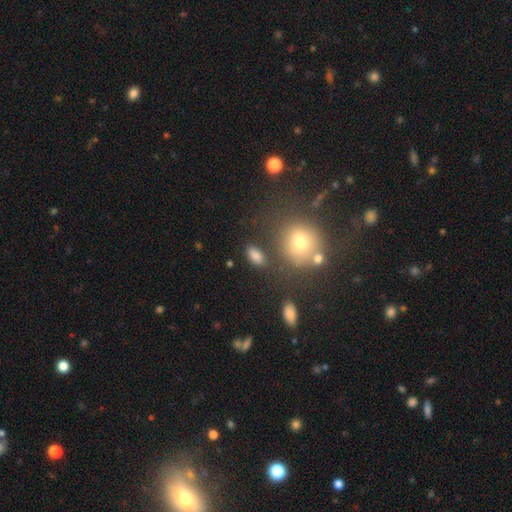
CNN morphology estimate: This appears to be a smooth galaxy with no disk features (81%) that is in between round and cigar-shaped (85%). Merging: none (77%).